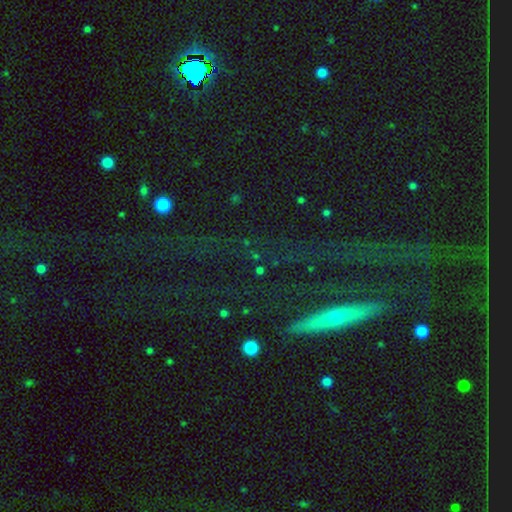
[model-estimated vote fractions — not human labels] Overall: star or artifact (56%; smooth 24%).